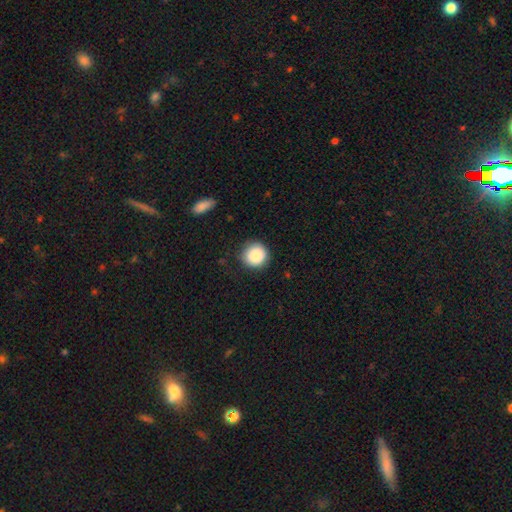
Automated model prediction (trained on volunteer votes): smooth_or_featured: smooth (p=0.88) [alt: star or artifact p=0.08]
how_rounded: round (p=0.94) [alt: in between p=0.05]
merging: none (p=0.87) [alt: minor disturbance p=0.10]